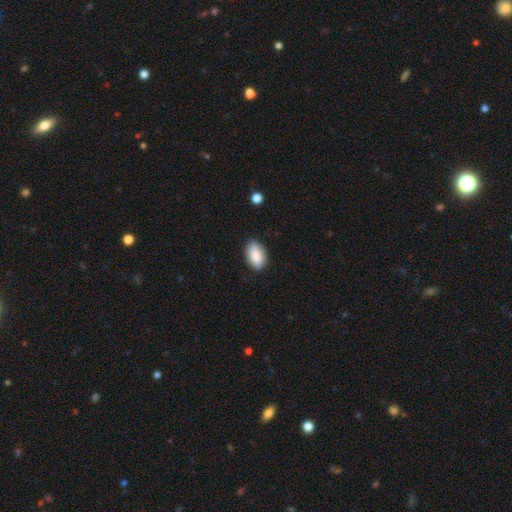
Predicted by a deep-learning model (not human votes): Q: Smooth or featured?
A: smooth (84%); runner-up: featured or disk (9%)
Q: How rounded?
A: in between (91%); runner-up: round (6%)
Q: Merging?
A: none (84%); runner-up: minor disturbance (12%)